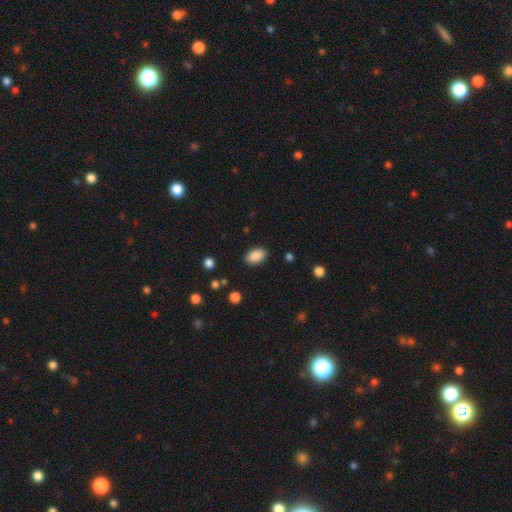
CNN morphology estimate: Smooth or featured: smooth — 89% (star or artifact — 8%)
How rounded: in between — 91% (round — 8%)
Merging: none — 88% (minor disturbance — 8%)